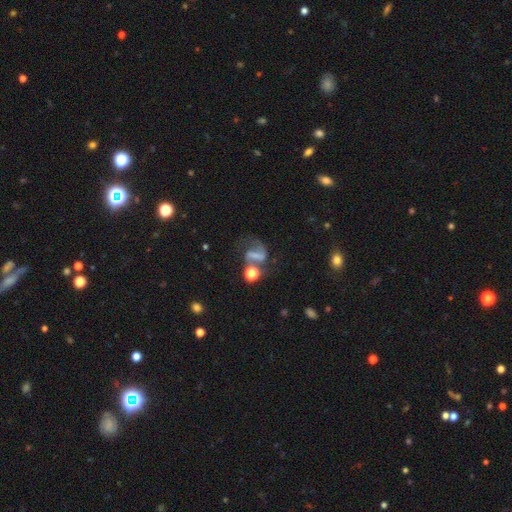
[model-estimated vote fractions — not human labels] Overall: featured or disk (62%; smooth 23%). Edge-on disk: no (97%). Bar: strong (49%; weak 32%). Spiral arms: yes (84%). Spiral arm count: 2 (80%). Spiral winding: loose (53%; medium 37%). Bulge size: none (45%; small 30%). Merging: none (43%; major disturbance 22%).